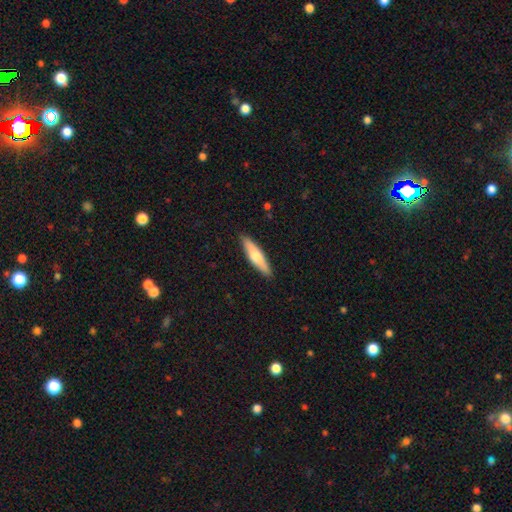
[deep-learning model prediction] Smooth or featured? smooth (56%)
How rounded? cigar-shaped (76%)
Merging? none (90%)